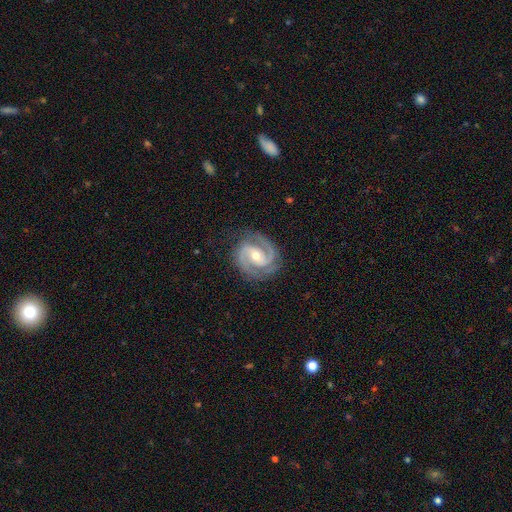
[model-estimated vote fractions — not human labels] Q: Smooth or featured?
A: featured or disk (92%); runner-up: star or artifact (4%)
Q: Edge-on disk?
A: no (98%); runner-up: yes (2%)
Q: Bar?
A: weak (41%); runner-up: no (31%)
Q: Spiral arms?
A: yes (98%); runner-up: no (2%)
Q: Spiral winding?
A: tight (48%); runner-up: medium (46%)
Q: Spiral arm count?
A: 2 (90%); runner-up: 3 (5%)
Q: Bulge size?
A: moderate (57%); runner-up: small (40%)
Q: Merging?
A: none (83%); runner-up: minor disturbance (12%)